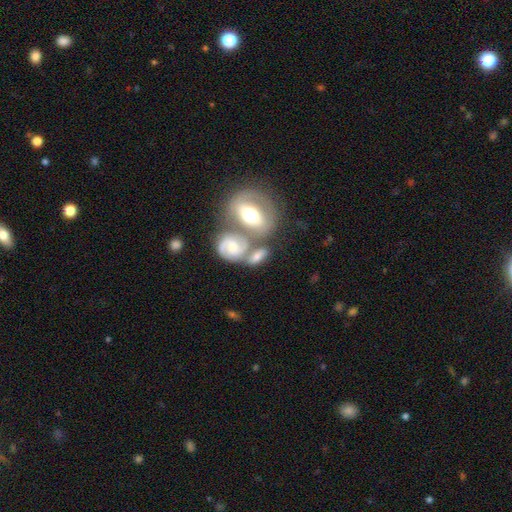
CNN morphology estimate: This is likely a featured or disk galaxy (62%). It is clearly not viewed edge-on (93%). Bar: possibly no (52%). Spiral arm pattern: likely yes (73%). Central bulge: likely moderate (63%). Merging: possibly merger (49%).